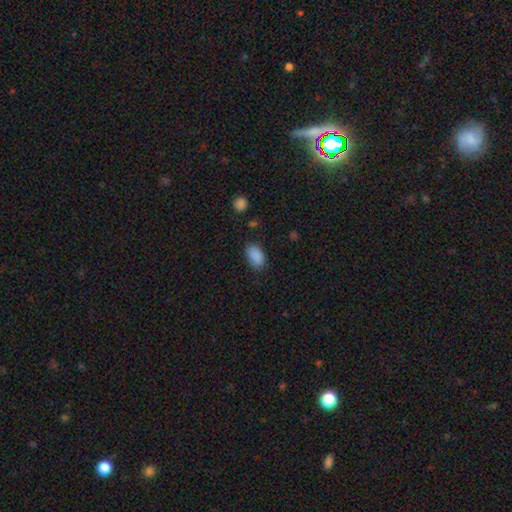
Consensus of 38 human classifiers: A smooth galaxy with no disk features (97%) that is in between round and cigar-shaped (95%). Merging: none (76%).